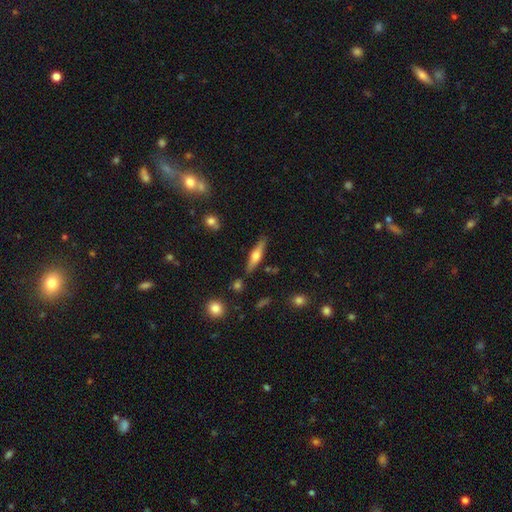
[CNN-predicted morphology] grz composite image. It shows a featured or disk galaxy (54%) viewed edge-on (95%) with a rounded central bulge (88%). Merging: none (83%).